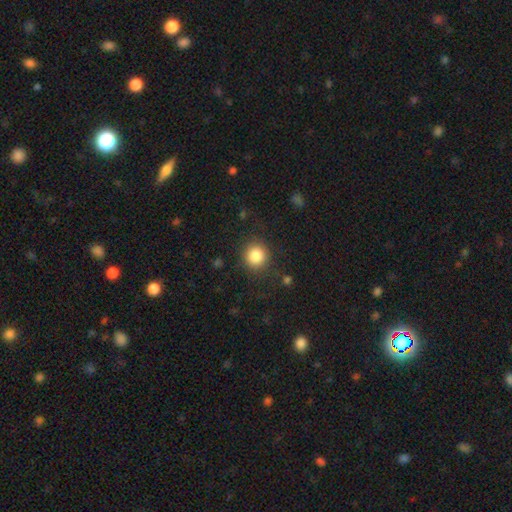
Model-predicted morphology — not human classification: Smooth or featured: smooth — 85% (star or artifact — 10%)
How rounded: round — 90% (in between — 9%)
Merging: none — 87% (minor disturbance — 8%)